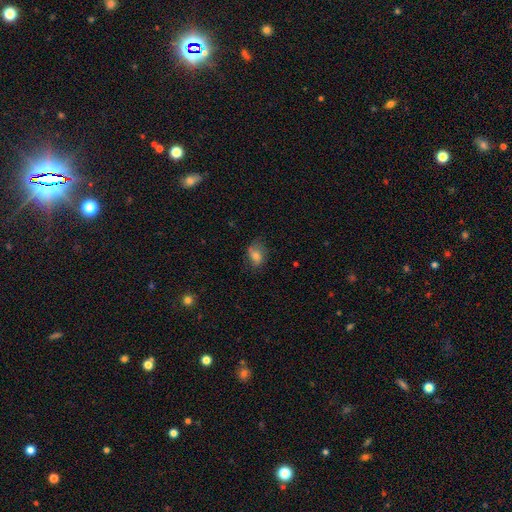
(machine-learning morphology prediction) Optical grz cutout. It shows a smooth galaxy with no disk features (70%) that is in between round and cigar-shaped (72%). Merging: none (67%).